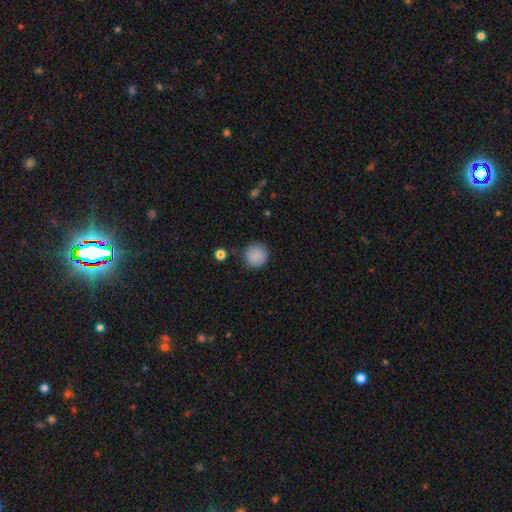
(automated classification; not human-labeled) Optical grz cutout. It shows a smooth galaxy with no disk features (87%) that is round (93%). Merging: none (84%).